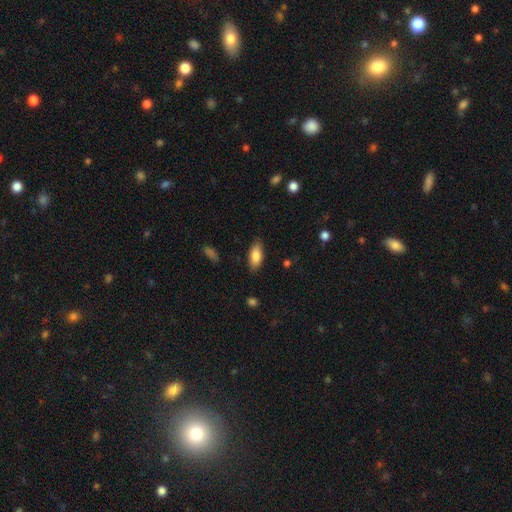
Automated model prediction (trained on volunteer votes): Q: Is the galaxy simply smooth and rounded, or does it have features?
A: smooth — 85%.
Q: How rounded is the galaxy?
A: in between — 85%.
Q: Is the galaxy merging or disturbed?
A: none — 85%.